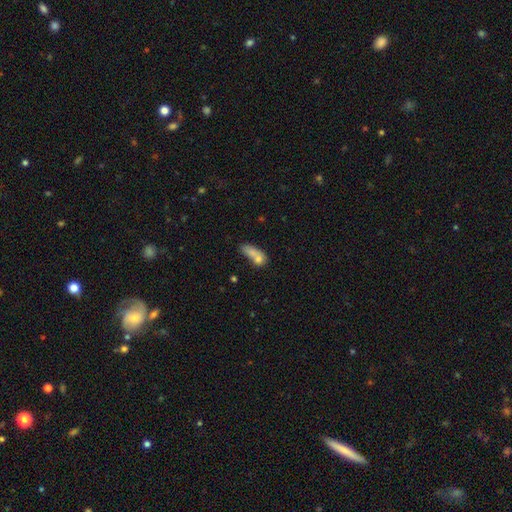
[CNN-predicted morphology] smooth 70%, featured or disk 20%, star or artifact 10%. Down the decision tree: how rounded — in between (64%); merging — merger (43%).